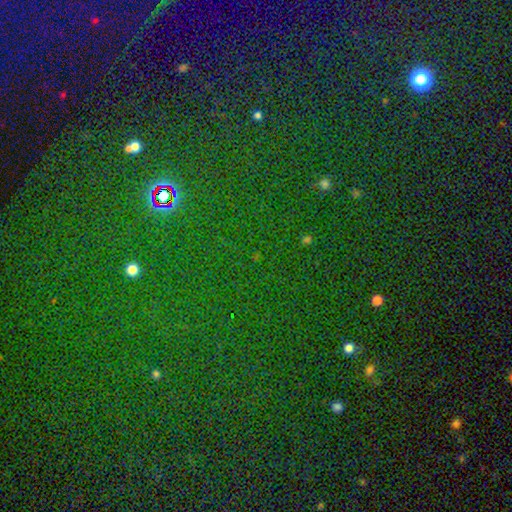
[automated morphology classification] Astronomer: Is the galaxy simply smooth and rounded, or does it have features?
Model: star or artifact — 78%.